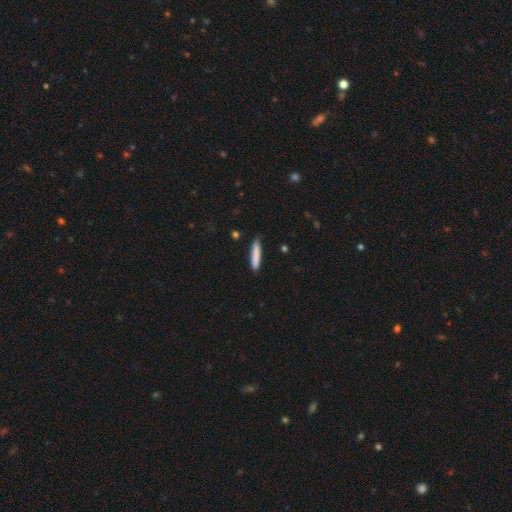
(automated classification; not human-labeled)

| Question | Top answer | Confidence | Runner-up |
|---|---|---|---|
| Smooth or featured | smooth | 83% | featured or disk (11%) |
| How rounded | cigar-shaped | 90% | in between (9%) |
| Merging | none | 84% | minor disturbance (13%) |